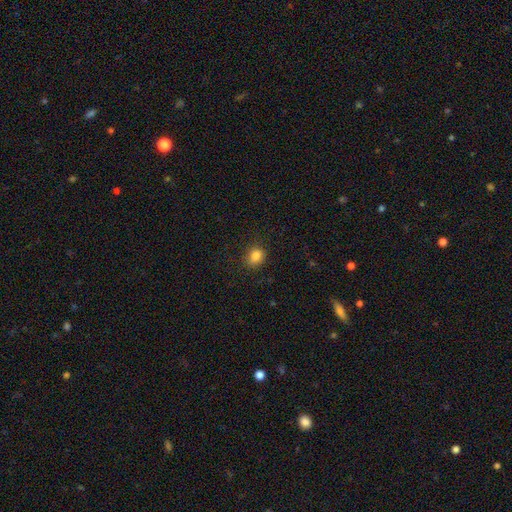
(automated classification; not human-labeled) Overall: smooth (84%). How rounded: round (61%; in between 38%). Merging: none (81%).